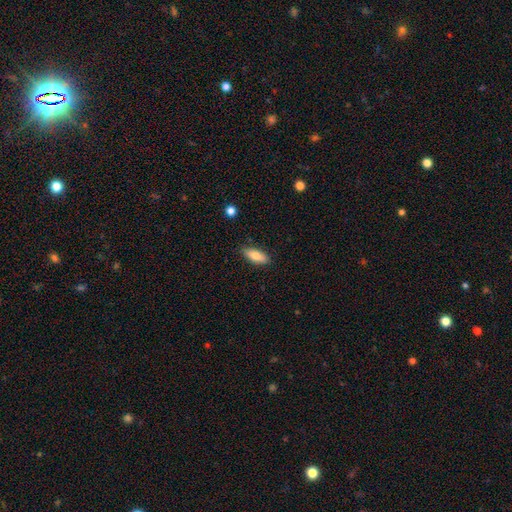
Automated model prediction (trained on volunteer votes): Morphology: type=smooth (82%); roundness=in between (77%); merging=none (85%).